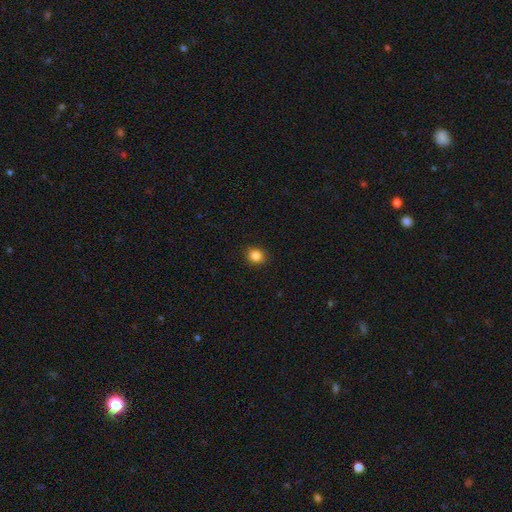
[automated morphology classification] Q: Smooth or featured?
A: smooth (85%); runner-up: star or artifact (11%)
Q: How rounded?
A: round (81%); runner-up: in between (18%)
Q: Merging?
A: none (91%); runner-up: minor disturbance (6%)